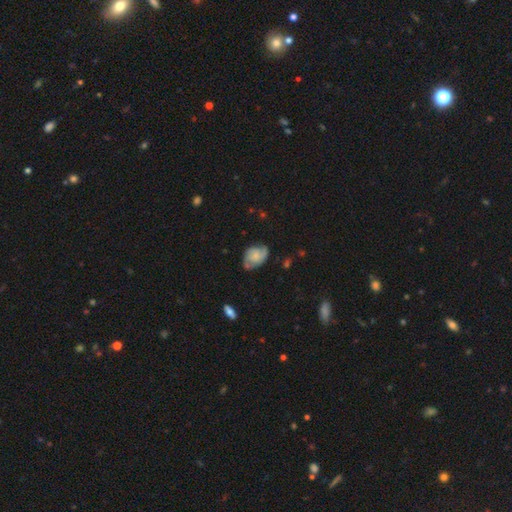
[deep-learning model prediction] Smooth or featured: featured or disk — 60% (smooth — 32%)
Edge-on disk: no — 97% (yes — 3%)
Bar: no — 71% (weak — 25%)
Spiral arms: yes — 90% (no — 10%)
Spiral winding: medium — 43% (tight — 36%)
Spiral arm count: 2 — 74% (can't tell — 13%)
Bulge size: small — 40% (none — 30%)
Merging: none — 62% (minor disturbance — 27%)